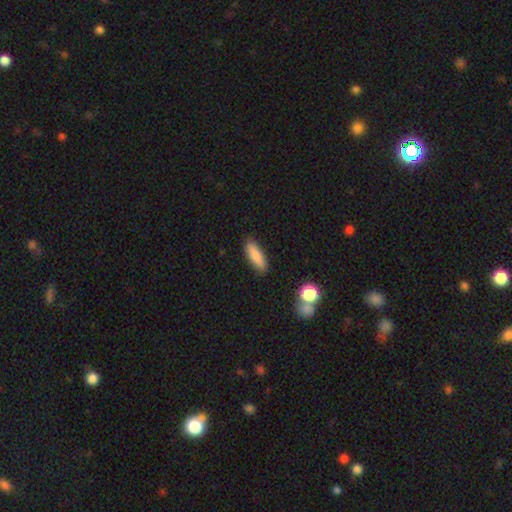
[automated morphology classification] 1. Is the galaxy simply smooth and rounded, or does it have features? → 82% smooth, 11% featured or disk, 7% star or artifact.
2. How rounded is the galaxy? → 49% in between (tied), 49% cigar-shaped (tied), 2% round.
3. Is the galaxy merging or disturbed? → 85% none, 11% minor disturbance, 2% merger, 2% major disturbance.